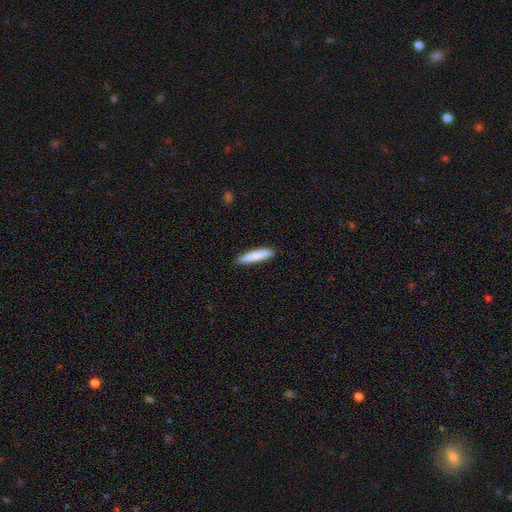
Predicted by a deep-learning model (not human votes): Q: Smooth or featured?
A: smooth (84%); runner-up: featured or disk (11%)
Q: How rounded?
A: cigar-shaped (85%); runner-up: in between (14%)
Q: Merging?
A: none (89%); runner-up: minor disturbance (8%)